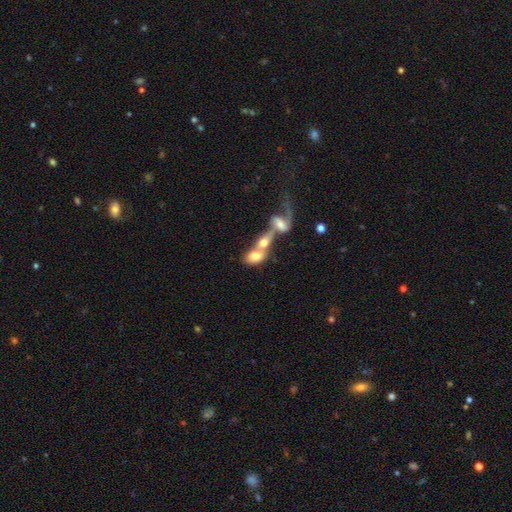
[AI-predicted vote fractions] This appears to be a smooth galaxy with no disk features (62%) that is in between round and cigar-shaped (83%). Merging: merger (76%).